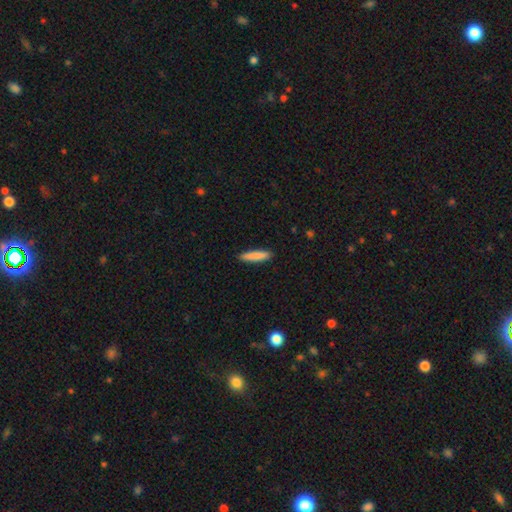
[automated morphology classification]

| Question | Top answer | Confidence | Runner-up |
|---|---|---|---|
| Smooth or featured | smooth | 87% | featured or disk (7%) |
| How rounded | cigar-shaped | 84% | in between (15%) |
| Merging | none | 90% | minor disturbance (7%) |